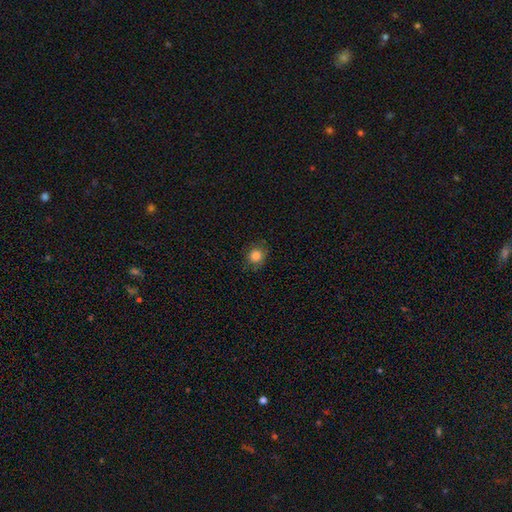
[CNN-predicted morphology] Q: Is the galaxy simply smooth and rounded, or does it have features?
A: smooth — 84%.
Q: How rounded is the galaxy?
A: round — 88%.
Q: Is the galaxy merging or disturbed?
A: none — 80%.